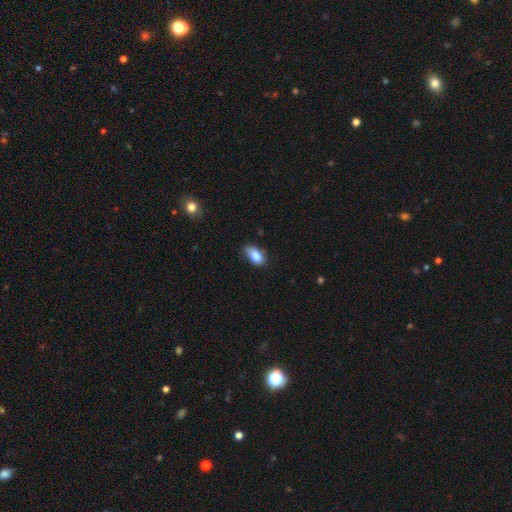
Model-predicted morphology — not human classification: A smooth galaxy with no disk features (84%) that is in between round and cigar-shaped (90%). Merging: none (54%).